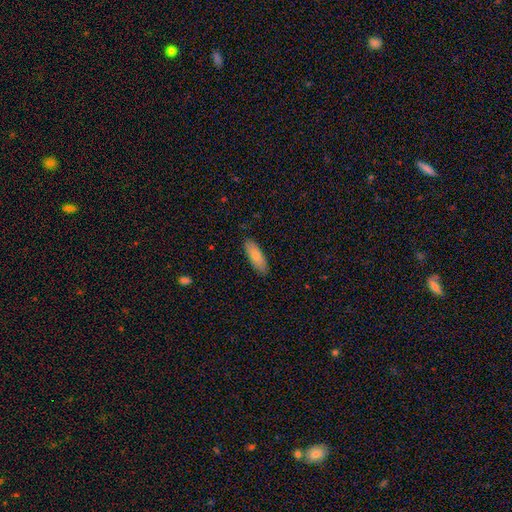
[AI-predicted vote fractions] Overall: smooth (78%). How rounded: in between (63%; cigar-shaped 35%). Merging: none (86%).